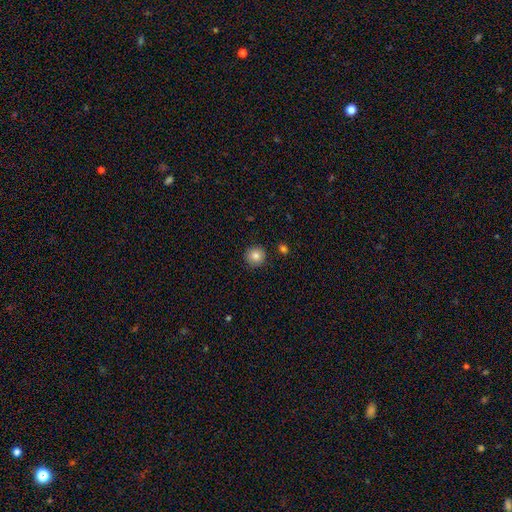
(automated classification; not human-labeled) A smooth galaxy with no disk features (83%) that is round (93%).

Vote fractions:
- Smooth or featured? smooth: 83% / star or artifact: 10% / featured or disk: 7%
- How rounded? round: 93% / in between: 6% / cigar-shaped: 1%
- Merging? none: 90% / minor disturbance: 6% / major disturbance: 2% / merger: 2%